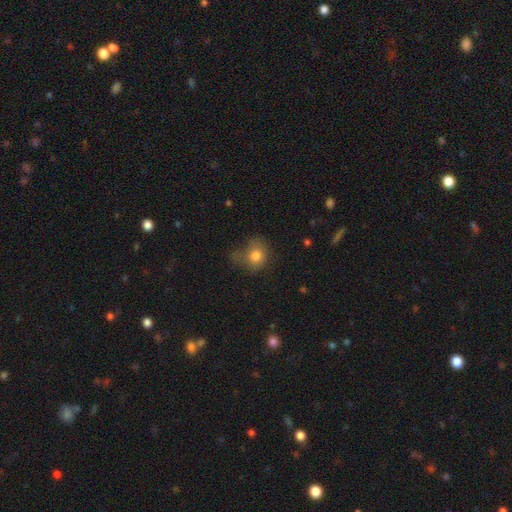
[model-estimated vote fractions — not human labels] Q: Smooth or featured?
A: smooth (78%); runner-up: featured or disk (12%)
Q: How rounded?
A: round (64%); runner-up: in between (35%)
Q: Merging?
A: none (41%); runner-up: minor disturbance (29%)